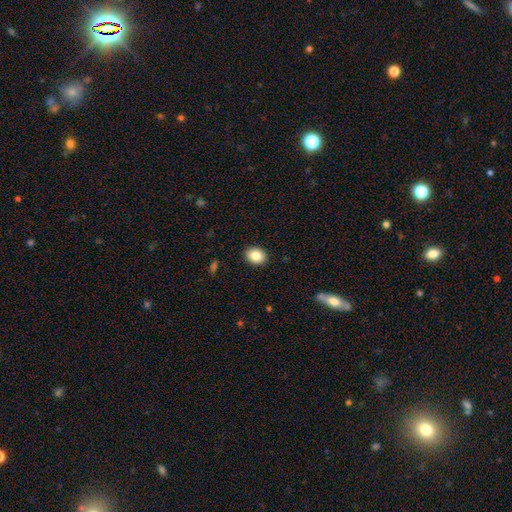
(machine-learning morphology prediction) A smooth galaxy with no disk features (84%) that is in between round and cigar-shaped (56%). Merging: none (90%).